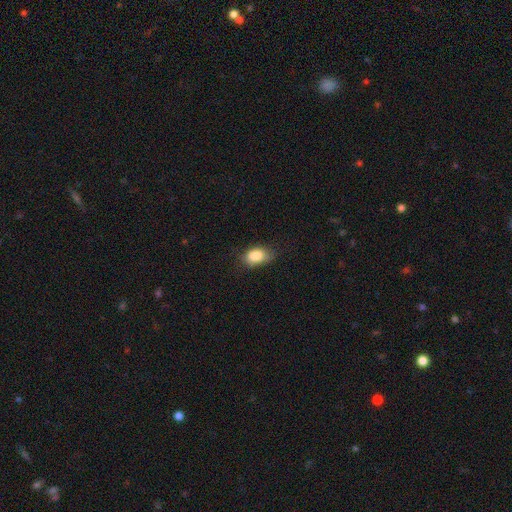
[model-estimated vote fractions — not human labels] A smooth galaxy with no disk features (84%) that is in between round and cigar-shaped (85%). Merging: none (57%).